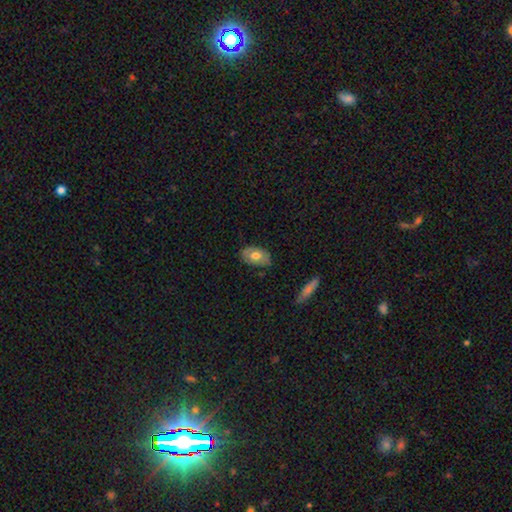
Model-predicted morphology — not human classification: A smooth galaxy with no disk features (62%) that is in between round and cigar-shaped (90%). Merging: none (78%).